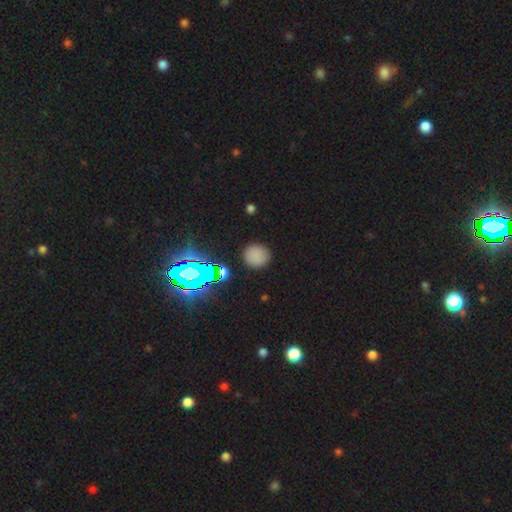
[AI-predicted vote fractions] This is likely a smooth galaxy (75%). How rounded: clearly round (89%). Merging: clearly none (88%).